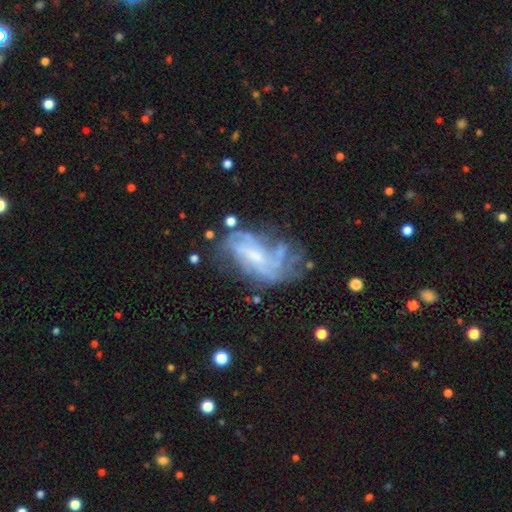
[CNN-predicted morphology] Q: Smooth or featured?
A: featured or disk (75%); runner-up: smooth (15%)
Q: Edge-on disk?
A: no (95%); runner-up: yes (5%)
Q: Bar?
A: no (45%); runner-up: weak (42%)
Q: Spiral arms?
A: yes (80%); runner-up: no (20%)
Q: Spiral winding?
A: tight (38%); runner-up: medium (37%)
Q: Spiral arm count?
A: can't tell (46%); runner-up: 4 (15%)
Q: Bulge size?
A: small (50%); runner-up: moderate (25%)
Q: Merging?
A: none (50%); runner-up: major disturbance (23%)